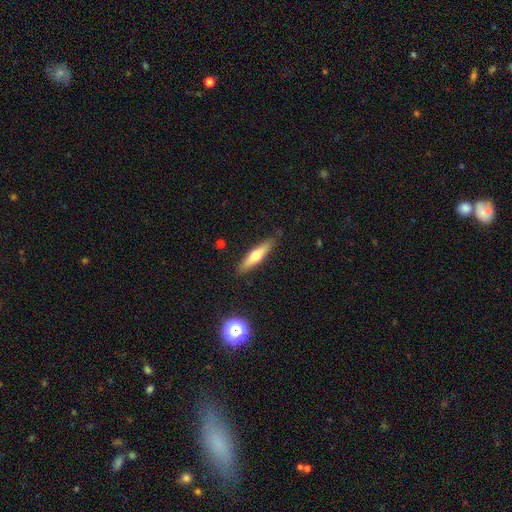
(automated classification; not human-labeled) Overall: smooth (49%; featured or disk 44%). Merging: none (86%).